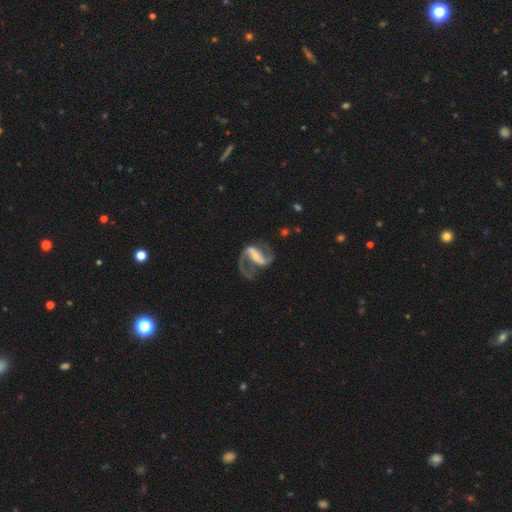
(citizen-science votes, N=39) Smooth or featured? 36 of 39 (92%) said featured or disk. Edge-on disk? 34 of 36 (94%) said no. Bar? 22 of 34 (65%) said strong. Spiral arms? 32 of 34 (94%) said yes. Spiral winding? 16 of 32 (50%) said medium. Spiral arm count? 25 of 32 (78%) said 2. Bulge size? 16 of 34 (47%) said small. Merging? 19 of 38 (50%) said major disturbance.